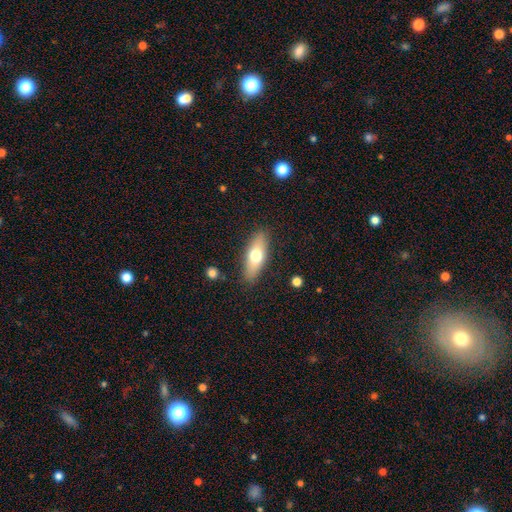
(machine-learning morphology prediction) The model was most divided on "how rounded": in between: 62%, cigar-shaped: 35%, round: 3%. More confident: merging — none (87%); smooth or featured — smooth (62%).